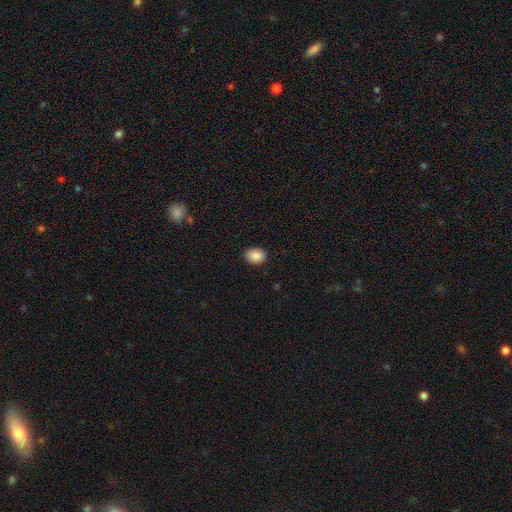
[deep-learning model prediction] smooth 89%, star or artifact 8%, featured or disk 4%. Down the decision tree: how rounded — in between (69%); merging — none (88%).